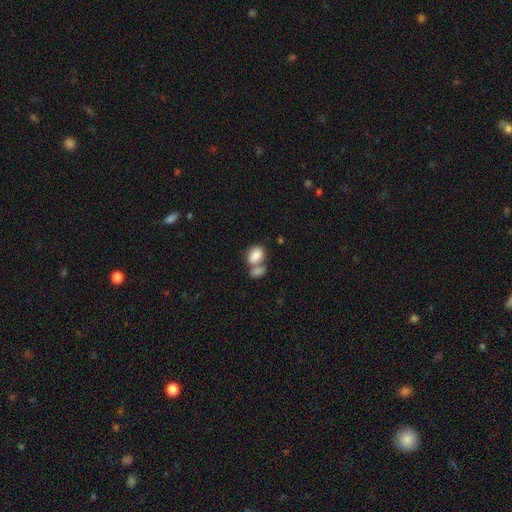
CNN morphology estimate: The model was most divided on "merging": merger: 57%, none: 28%, minor disturbance: 9%, major disturbance: 5%. More confident: how rounded — in between (84%); smooth or featured — smooth (84%).